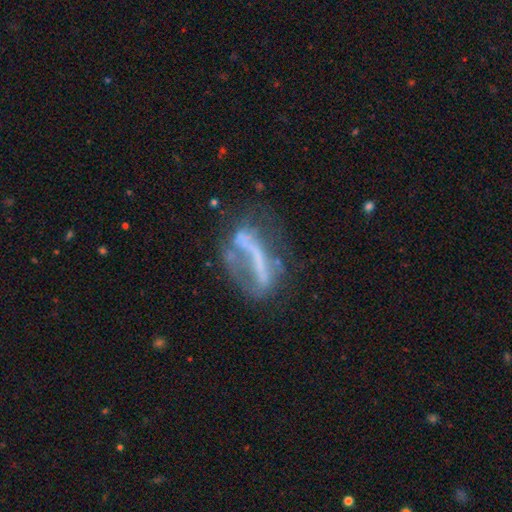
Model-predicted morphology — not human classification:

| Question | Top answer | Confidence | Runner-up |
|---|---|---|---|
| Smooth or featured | featured or disk | 61% | smooth (26%) |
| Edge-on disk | no | 86% | yes (14%) |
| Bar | strong | 42% | no (40%) |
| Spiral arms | no | 74% | yes (26%) |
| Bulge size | none | 65% | small (19%) |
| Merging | none | 35% | tied: major disturbance (35%) |